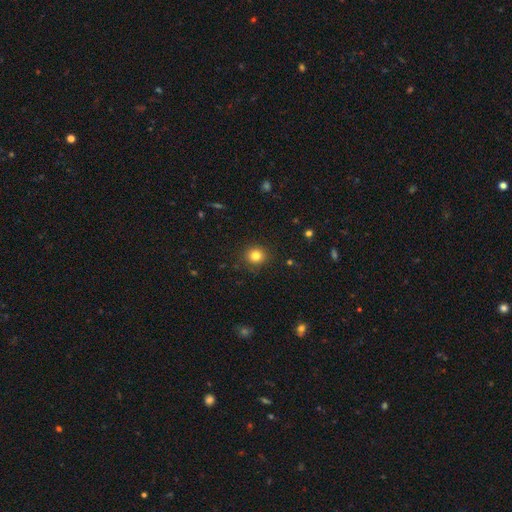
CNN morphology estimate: Overall: smooth (82%). How rounded: round (90%). Merging: none (90%).